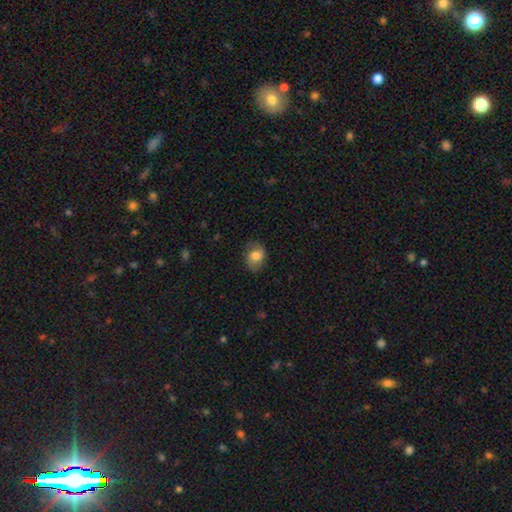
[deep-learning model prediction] Smooth or featured? Predicted: smooth (p=0.72). How rounded? Predicted: in between (p=0.60). Merging? Predicted: none (p=0.73).